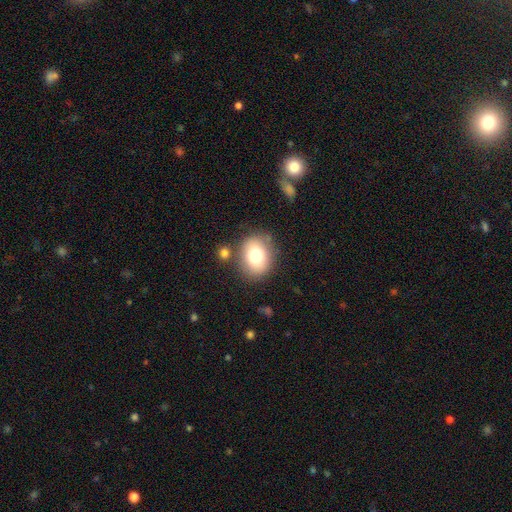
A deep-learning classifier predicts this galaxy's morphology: smooth 78%, featured or disk 13%, star or artifact 9%. Down the decision tree: how rounded — in between (50%); merging — none (79%).